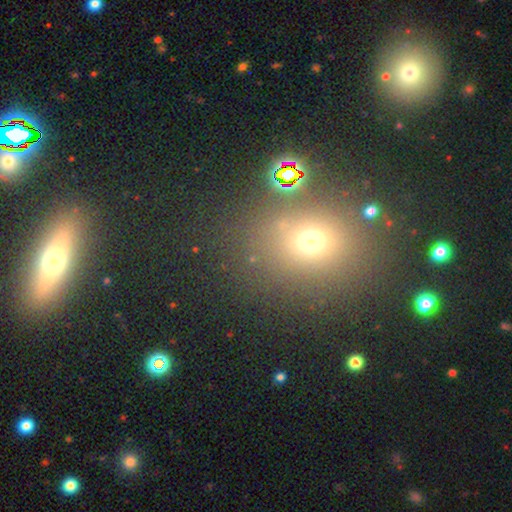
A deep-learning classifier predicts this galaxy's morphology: Q: Smooth or featured?
A: smooth (56%); runner-up: star or artifact (29%)
Q: How rounded?
A: round (59%); runner-up: in between (38%)
Q: Merging?
A: none (79%); runner-up: minor disturbance (10%)